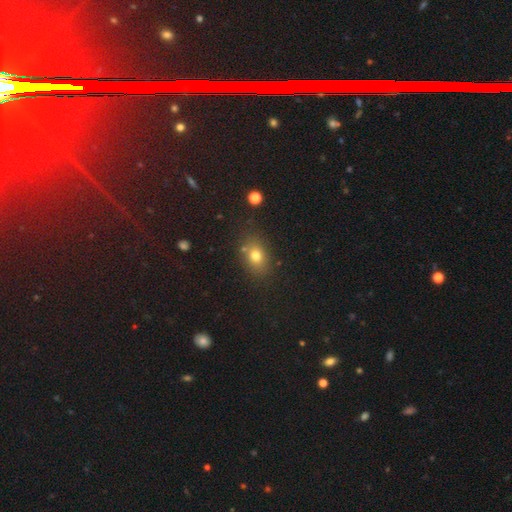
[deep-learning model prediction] This appears to be a smooth galaxy with no disk features (76%) that is in between round and cigar-shaped (63%). Merging: none (77%).